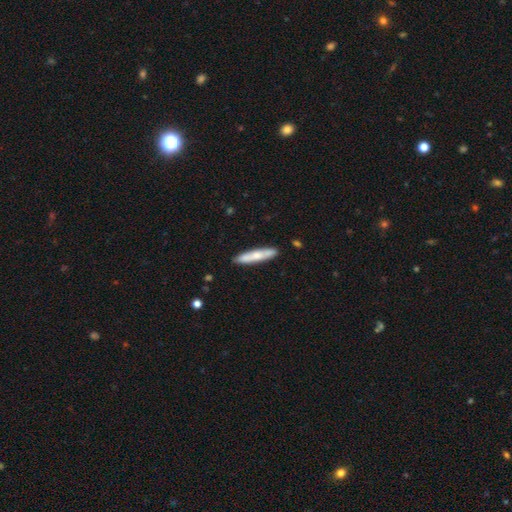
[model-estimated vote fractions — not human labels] Smooth or featured?
  - smooth: 66% *
  - featured or disk: 28%
  - star or artifact: 5%
How rounded?
  - cigar-shaped: 91% *
  - in between: 8%
  - round: 1%
Merging?
  - none: 88% *
  - minor disturbance: 8%
  - merger: 2%
  - major disturbance: 2%